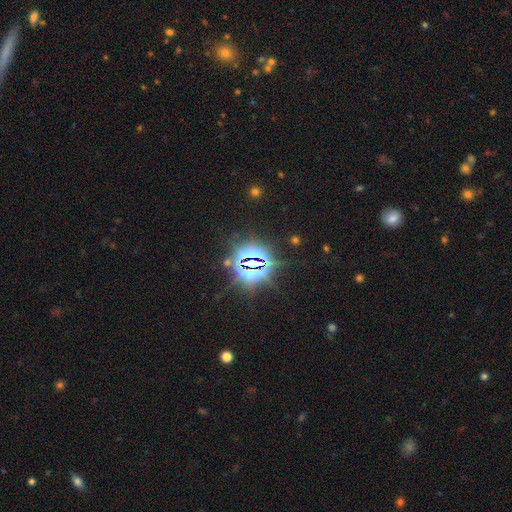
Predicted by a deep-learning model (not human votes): Overall: star or artifact (83%).